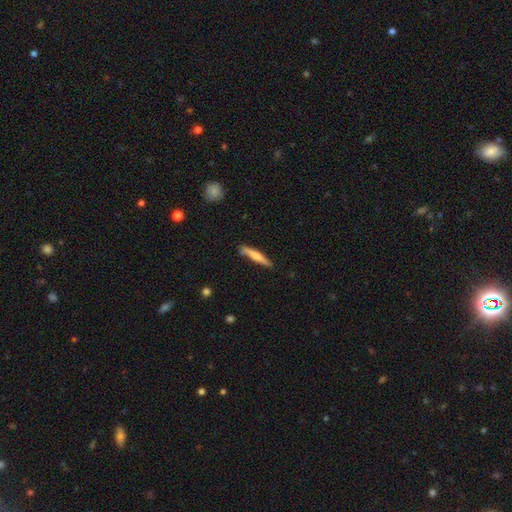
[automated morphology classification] A smooth galaxy with no disk features (63%) that is cigar-shaped (92%).

Vote fractions:
- Smooth or featured? smooth: 63% / featured or disk: 32% / star or artifact: 5%
- How rounded? cigar-shaped: 92% / in between: 6% / round: 1%
- Merging? none: 81% / minor disturbance: 14% / major disturbance: 3% / merger: 2%